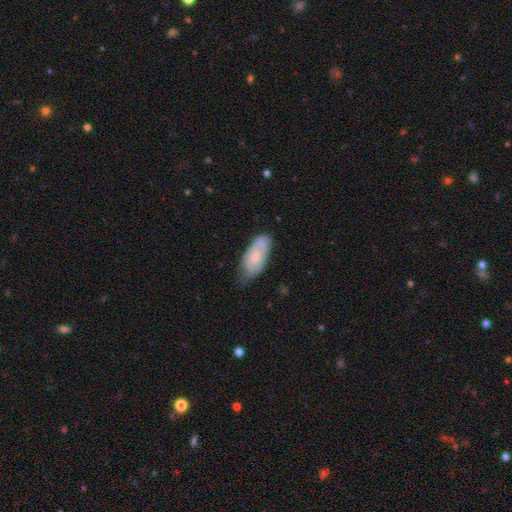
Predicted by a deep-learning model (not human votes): Smooth or featured? smooth (50%)
How rounded? in between (88%)
Merging? none (55%)